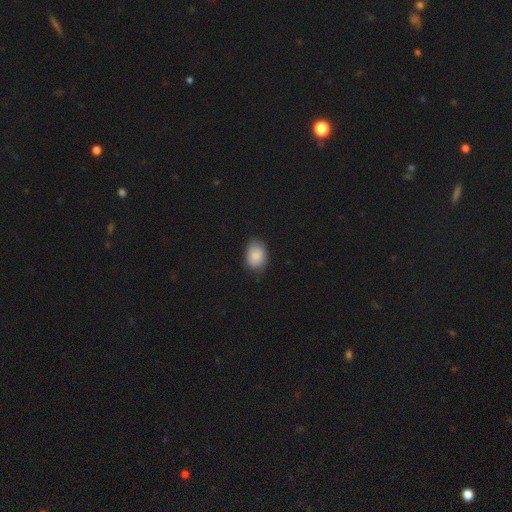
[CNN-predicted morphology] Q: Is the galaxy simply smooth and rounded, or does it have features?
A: smooth — 87%.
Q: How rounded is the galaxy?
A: in between — 80%.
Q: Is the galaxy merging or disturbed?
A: none — 79%.